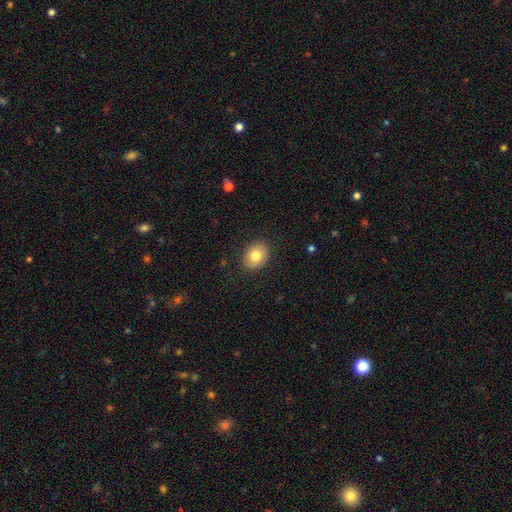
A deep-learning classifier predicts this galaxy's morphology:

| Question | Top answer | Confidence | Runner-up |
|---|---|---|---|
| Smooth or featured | smooth | 80% | featured or disk (12%) |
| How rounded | in between | 57% | round (42%) |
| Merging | none | 87% | minor disturbance (10%) |